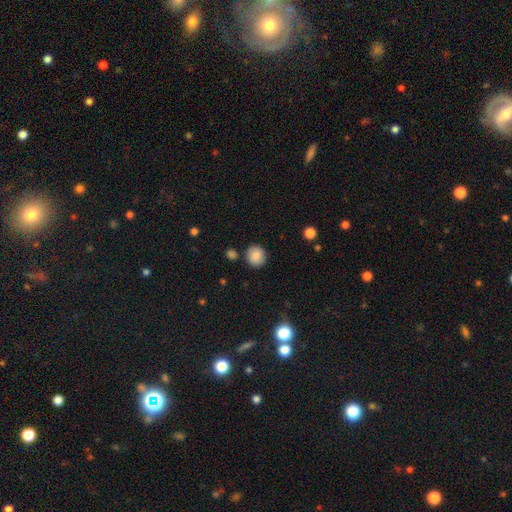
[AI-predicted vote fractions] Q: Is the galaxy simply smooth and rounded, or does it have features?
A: smooth — 87%.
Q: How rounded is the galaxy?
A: round — 87%.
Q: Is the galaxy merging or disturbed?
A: none — 85%.